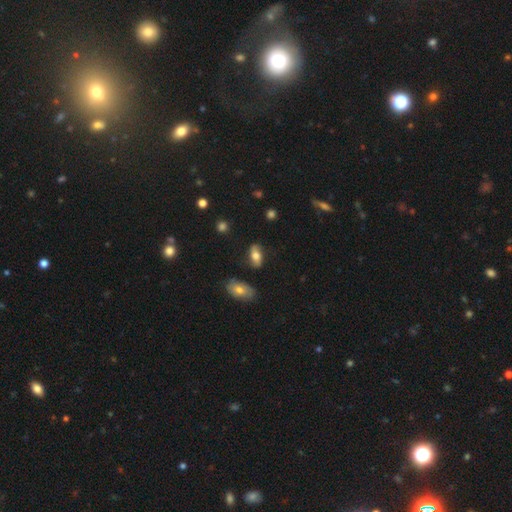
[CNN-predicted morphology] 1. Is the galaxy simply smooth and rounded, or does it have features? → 65% smooth, 27% featured or disk, 8% star or artifact.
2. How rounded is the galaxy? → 87% in between, 8% cigar-shaped, 5% round.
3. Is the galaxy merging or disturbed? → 76% none, 16% minor disturbance, 5% major disturbance, 3% merger.